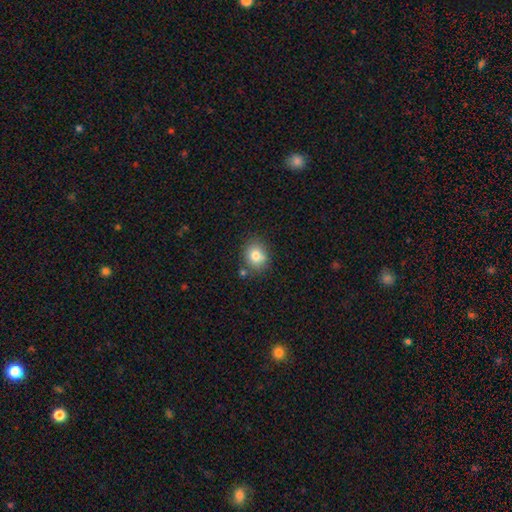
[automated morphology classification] type=smooth (80%); roundness=round (64%); merging=none (75%).